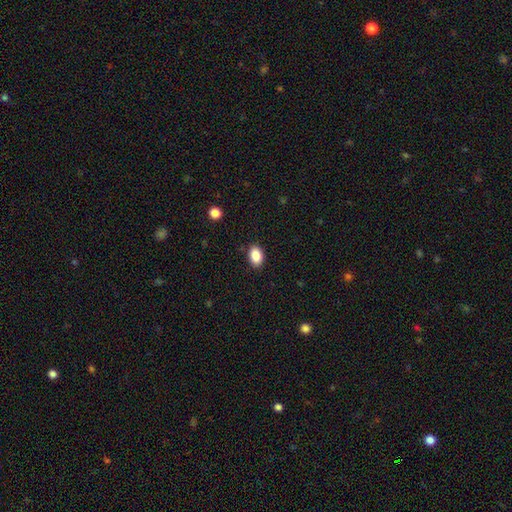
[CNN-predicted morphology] A smooth galaxy with no disk features (88%) that is in between round and cigar-shaped (86%).

Vote fractions:
- Smooth or featured? smooth: 88% / star or artifact: 8% / featured or disk: 4%
- How rounded? in between: 86% / round: 13% / cigar-shaped: 1%
- Merging? none: 88% / minor disturbance: 9% / major disturbance: 2% / merger: 1%